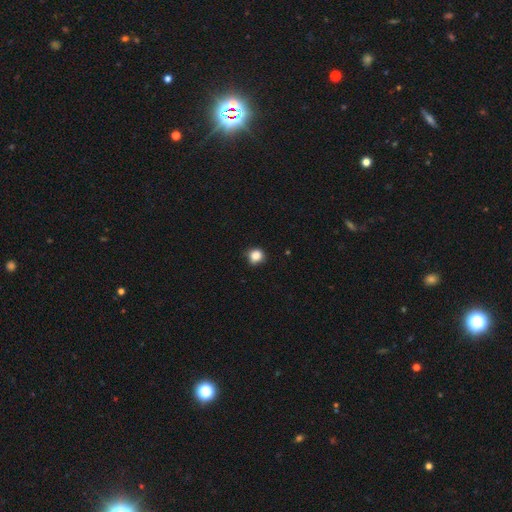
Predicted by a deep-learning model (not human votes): Q: Smooth or featured?
A: smooth (86%); runner-up: star or artifact (11%)
Q: How rounded?
A: round (87%); runner-up: in between (12%)
Q: Merging?
A: none (80%); runner-up: minor disturbance (16%)